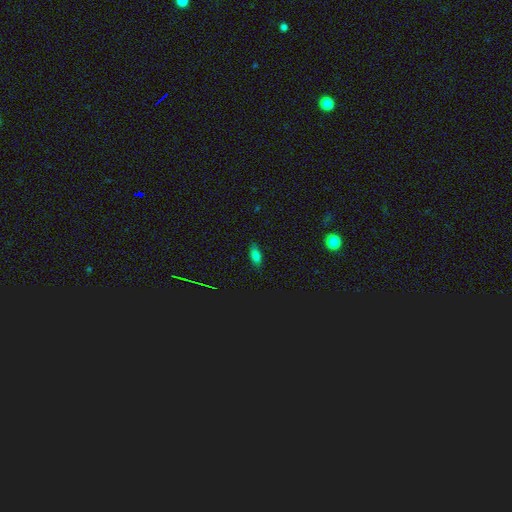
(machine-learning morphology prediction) smooth_or_featured: smooth (p=0.75) [alt: star or artifact p=0.17]
how_rounded: in between (p=0.83) [alt: cigar-shaped p=0.13]
merging: none (p=0.80) [alt: minor disturbance p=0.16]